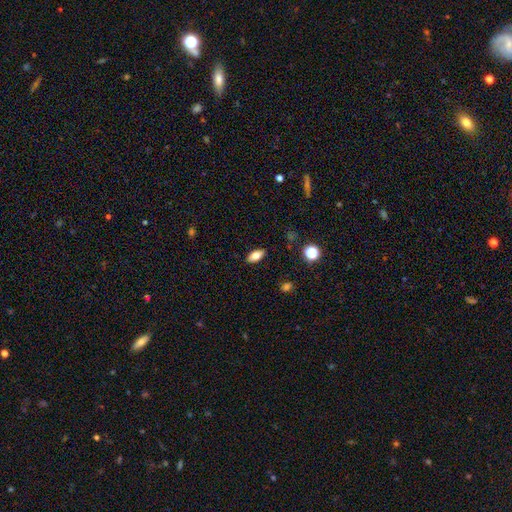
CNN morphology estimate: Smooth or featured? Predicted: smooth (p=0.75). How rounded? Predicted: in between (p=0.88). Merging? Predicted: none (p=0.88).